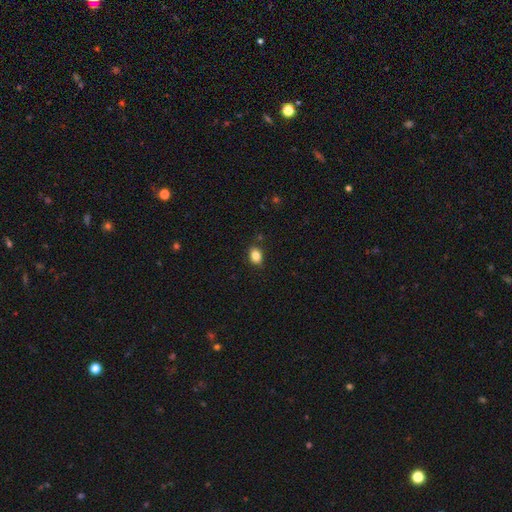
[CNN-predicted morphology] Q: Smooth or featured?
A: smooth (83%); runner-up: star or artifact (10%)
Q: How rounded?
A: in between (64%); runner-up: round (35%)
Q: Merging?
A: none (84%); runner-up: minor disturbance (12%)